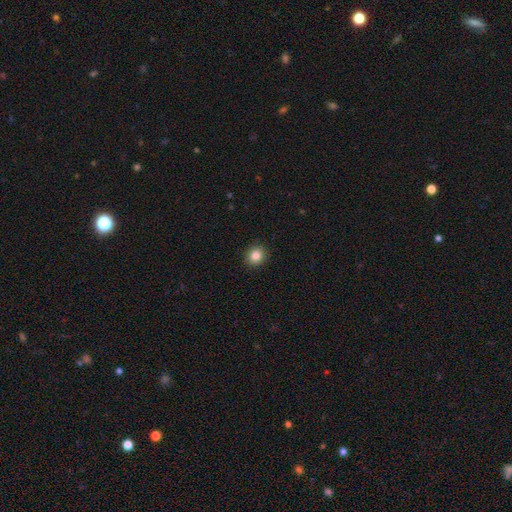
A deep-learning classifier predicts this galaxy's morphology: A smooth galaxy with no disk features (85%) that is round (81%). Merging: none (92%).